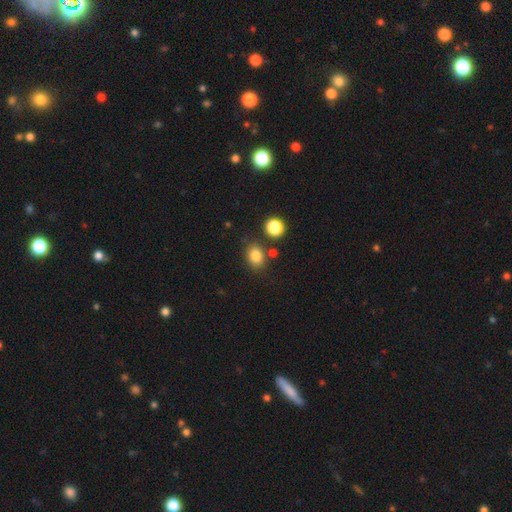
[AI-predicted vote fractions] This appears to be a smooth galaxy with no disk features (83%) that is in between round and cigar-shaped (59%). Merging: none (76%).